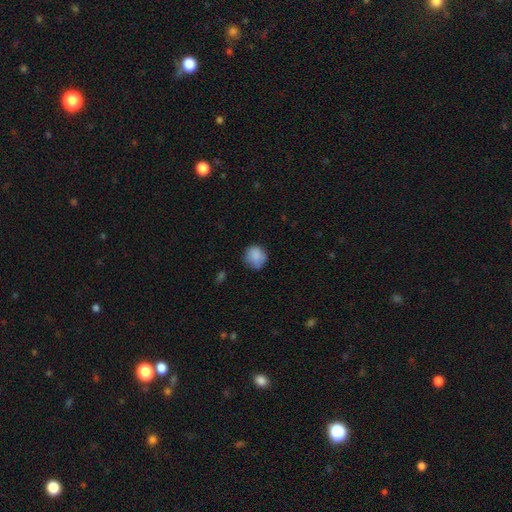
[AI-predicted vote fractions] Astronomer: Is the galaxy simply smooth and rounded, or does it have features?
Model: smooth — 85%.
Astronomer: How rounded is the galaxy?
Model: round — 84%.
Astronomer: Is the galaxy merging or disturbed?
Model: none — 69%.